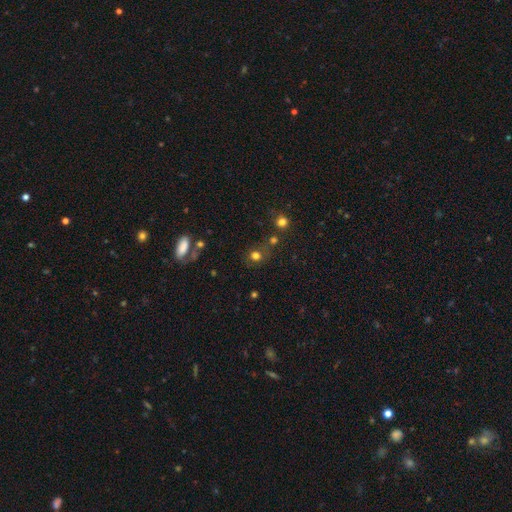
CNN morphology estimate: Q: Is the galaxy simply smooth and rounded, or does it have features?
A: smooth — 69%.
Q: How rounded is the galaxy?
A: round — 82%.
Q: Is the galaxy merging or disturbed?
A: none — 66%.